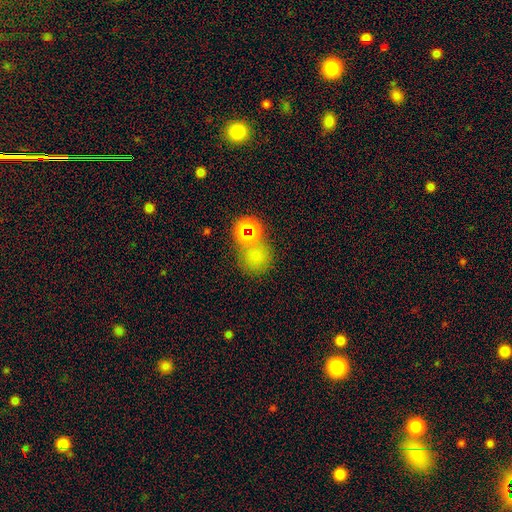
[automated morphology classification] type=smooth (68%); roundness=round (86%); merging=none (63%).